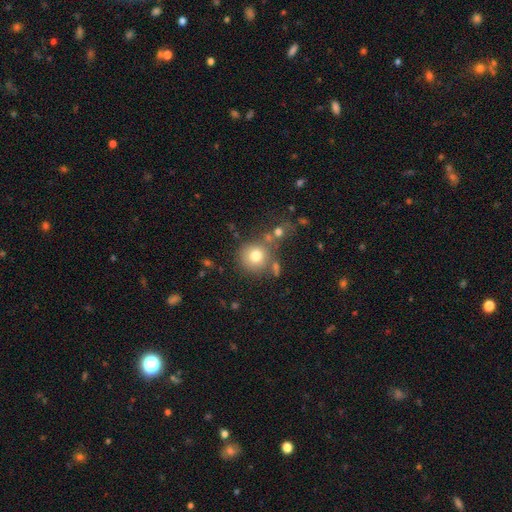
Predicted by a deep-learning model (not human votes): This is likely a smooth galaxy (76%). How rounded: clearly round (90%). Merging: likely none (65%).